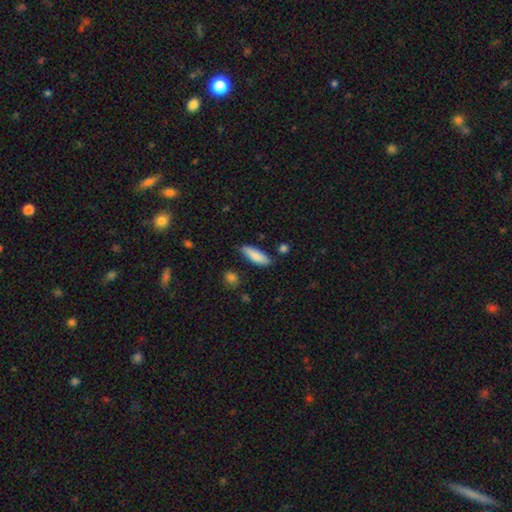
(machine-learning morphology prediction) This appears to be a smooth galaxy with no disk features (86%) that is in between round and cigar-shaped (59%). Merging: none (78%).